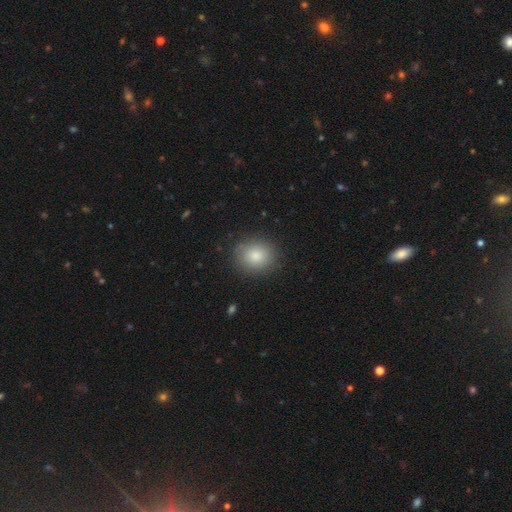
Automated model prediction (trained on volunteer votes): Overall: smooth (84%). How rounded: round (64%; in between 35%). Merging: none (86%).